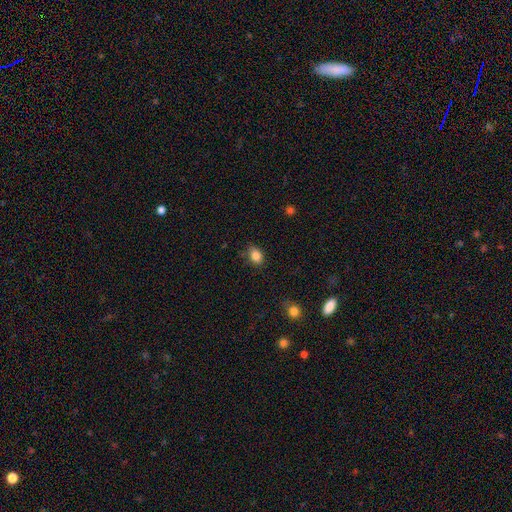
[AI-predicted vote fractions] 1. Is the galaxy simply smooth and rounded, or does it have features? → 86% smooth, 10% star or artifact, 5% featured or disk.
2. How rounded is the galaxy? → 72% in between, 27% round, 1% cigar-shaped.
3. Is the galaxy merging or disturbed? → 78% none, 17% minor disturbance, 3% major disturbance, 2% merger.